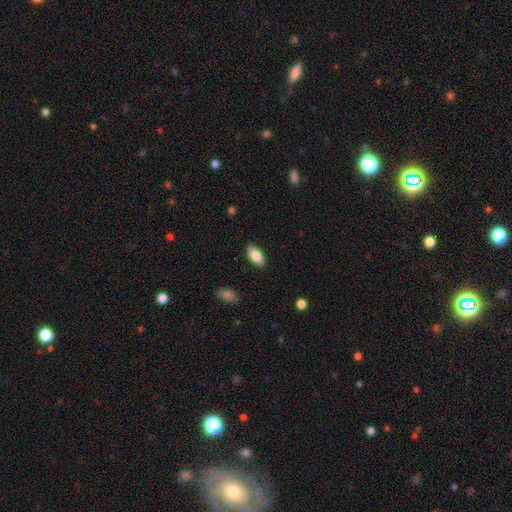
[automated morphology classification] This appears to be a smooth galaxy with no disk features (82%) that is in between round and cigar-shaped (88%). Merging: none (88%).